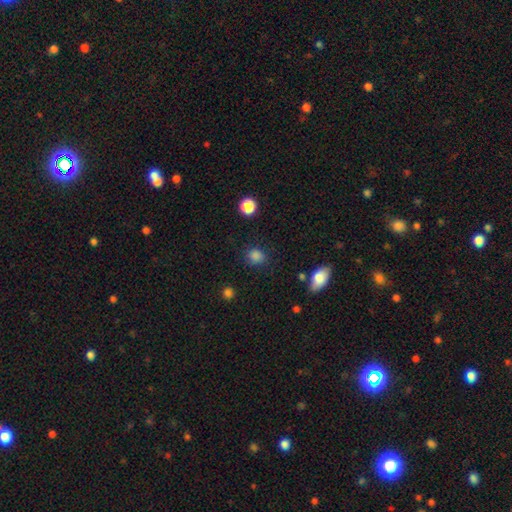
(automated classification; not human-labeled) This appears to be a smooth galaxy with no disk features (84%) that is round (75%). Merging: none (80%).